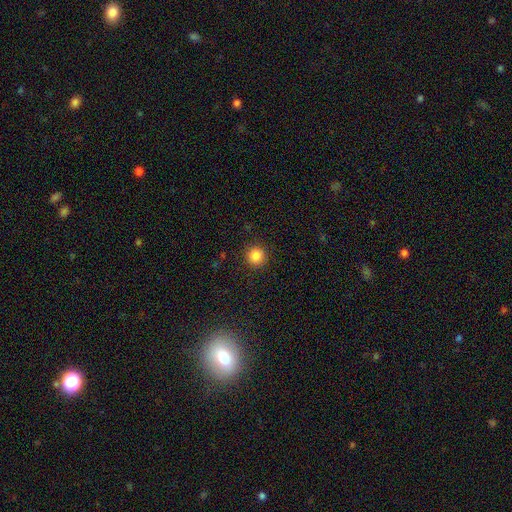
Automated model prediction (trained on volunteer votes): A smooth galaxy with no disk features (85%) that is round (94%). Merging: none (90%).